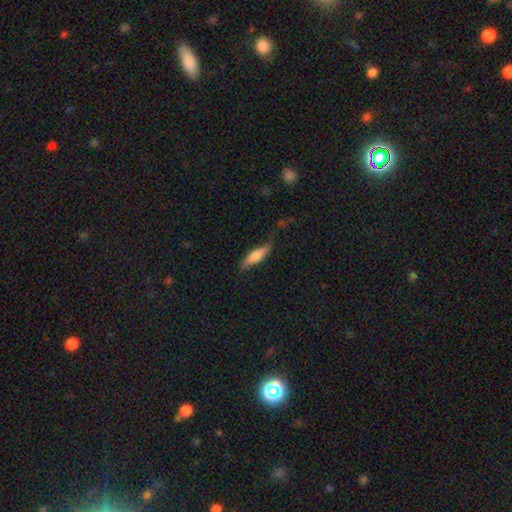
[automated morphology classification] A smooth galaxy with no disk features (66%) that is cigar-shaped (65%).

Vote fractions:
- Smooth or featured? smooth: 66% / featured or disk: 28% / star or artifact: 6%
- How rounded? cigar-shaped: 65% / in between: 33% / round: 2%
- Merging? none: 67% / minor disturbance: 24% / major disturbance: 7% / merger: 2%